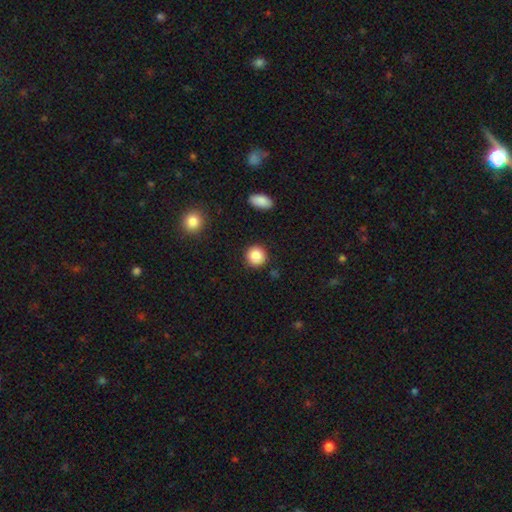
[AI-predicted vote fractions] This appears to be a smooth galaxy with no disk features (86%) that is round (92%). Merging: none (90%).